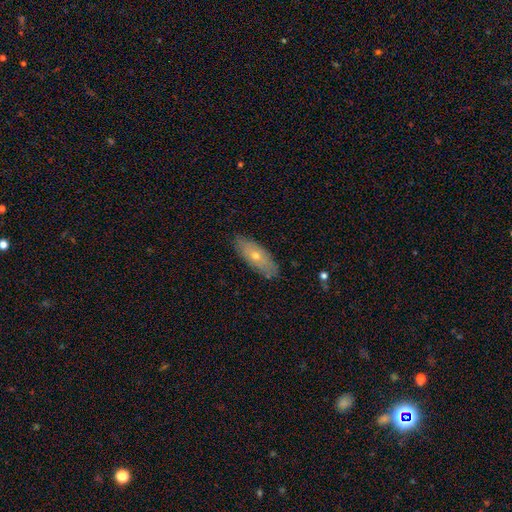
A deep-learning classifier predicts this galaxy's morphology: A smooth galaxy with no disk features (54%) that is in between round and cigar-shaped (66%). Merging: none (86%).